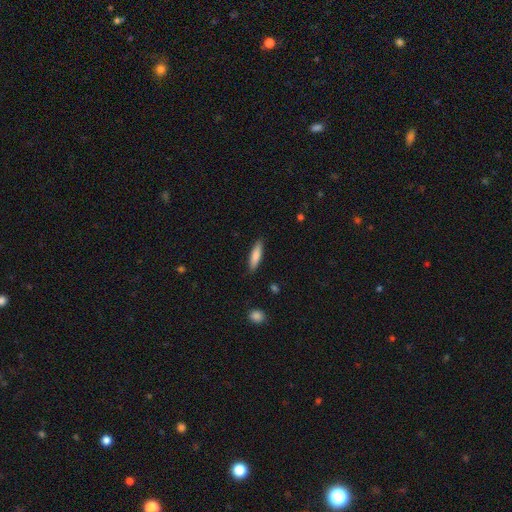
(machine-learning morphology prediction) Q: Smooth or featured?
A: smooth (78%); runner-up: featured or disk (16%)
Q: How rounded?
A: cigar-shaped (72%); runner-up: in between (26%)
Q: Merging?
A: none (87%); runner-up: minor disturbance (9%)